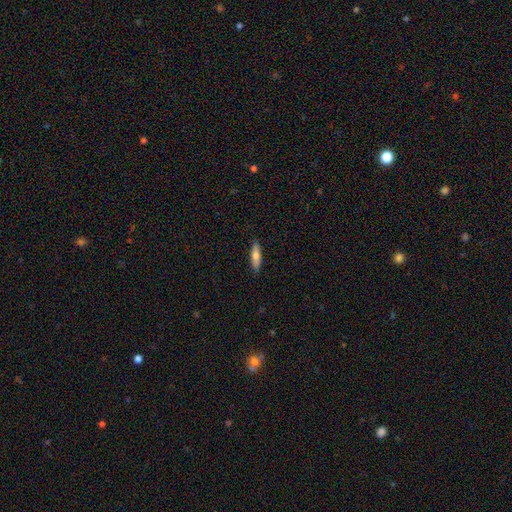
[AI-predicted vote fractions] Smooth or featured?
  - smooth: 70% *
  - featured or disk: 24%
  - star or artifact: 6%
How rounded?
  - cigar-shaped: 65% *
  - in between: 33%
  - round: 2%
Merging?
  - none: 89% *
  - minor disturbance: 8%
  - major disturbance: 2%
  - merger: 1%